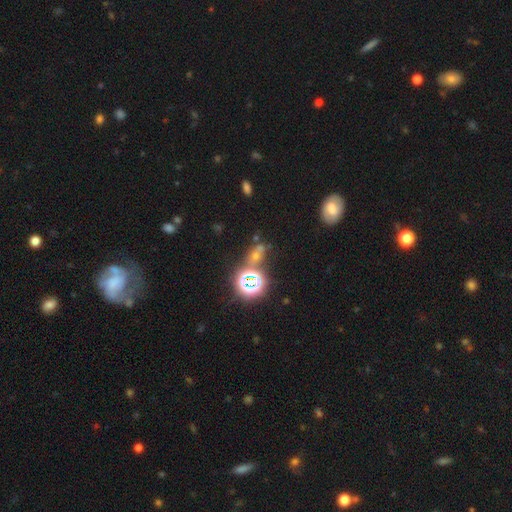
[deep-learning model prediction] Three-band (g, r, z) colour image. It shows a star or artifact, not a galaxy (48%).